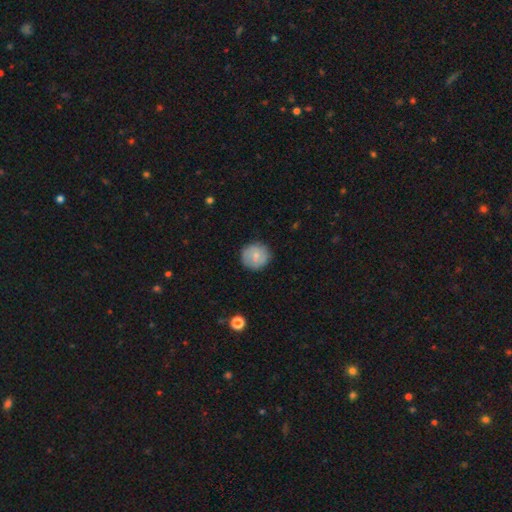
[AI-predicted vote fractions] This appears to be a smooth galaxy with no disk features (69%) that is round (92%). Merging: none (86%).